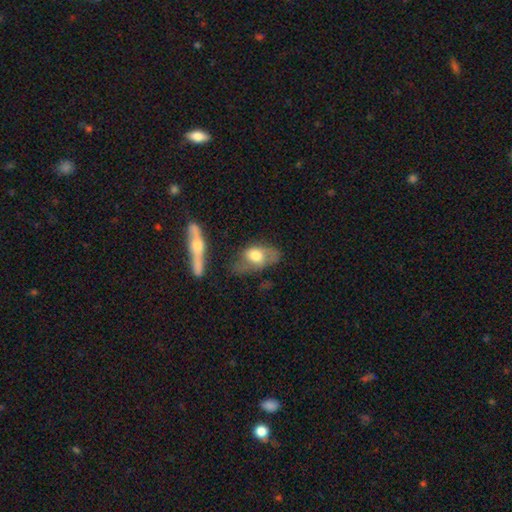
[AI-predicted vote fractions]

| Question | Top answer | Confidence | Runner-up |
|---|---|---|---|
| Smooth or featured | smooth | 49% | featured or disk (44%) |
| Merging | none | 42% | minor disturbance (28%) |